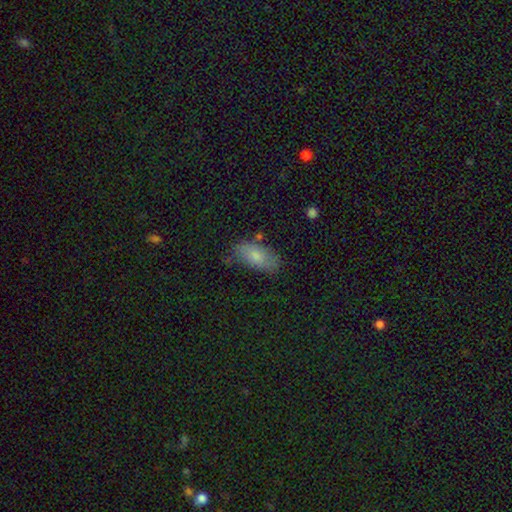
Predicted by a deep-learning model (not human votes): smooth_or_featured: smooth (p=0.76) [alt: featured or disk p=0.17]
how_rounded: in between (p=0.89) [alt: cigar-shaped p=0.08]
merging: none (p=0.68) [alt: minor disturbance p=0.23]